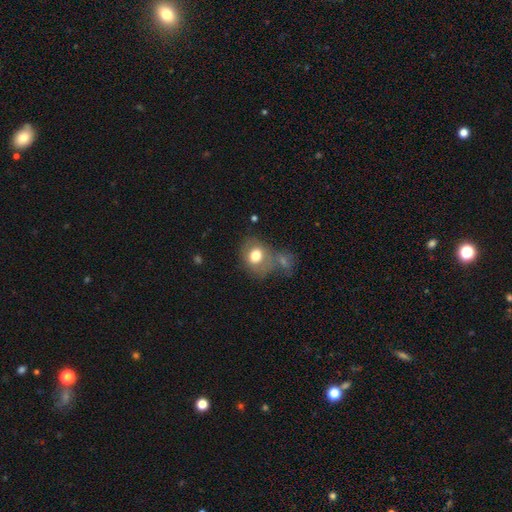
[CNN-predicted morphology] type=smooth (73%); roundness=in between (51%); merging=none (45%).